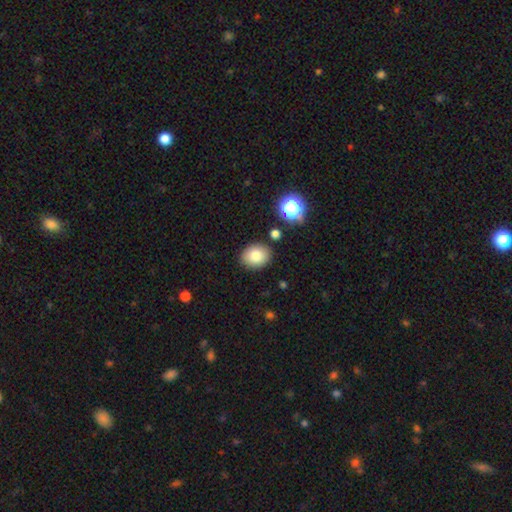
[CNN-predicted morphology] Smooth or featured? Predicted: smooth (p=0.81). How rounded? Predicted: in between (p=0.53). Merging? Predicted: none (p=0.84).